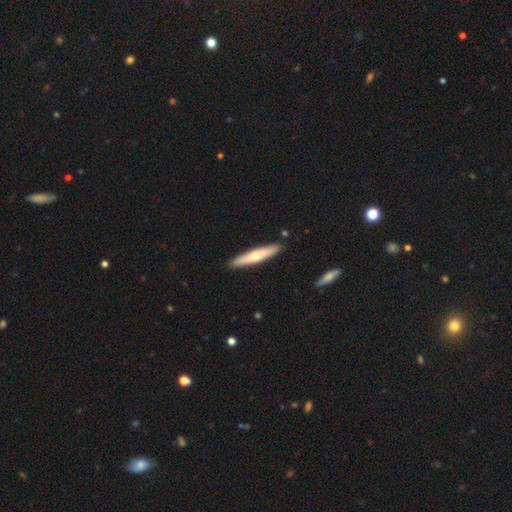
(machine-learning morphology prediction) A smooth galaxy with no disk features (54%) that is cigar-shaped (89%). Merging: none (90%).